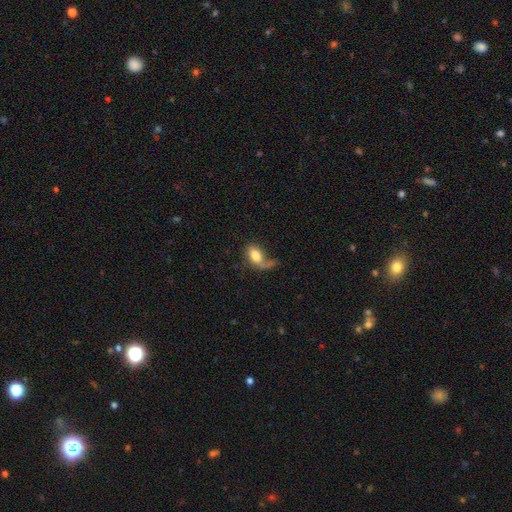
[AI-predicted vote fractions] Smooth or featured? smooth (64%)
How rounded? in between (85%)
Merging? major disturbance (37%)